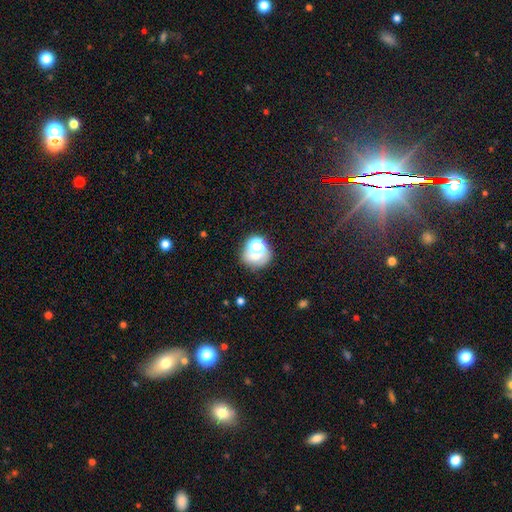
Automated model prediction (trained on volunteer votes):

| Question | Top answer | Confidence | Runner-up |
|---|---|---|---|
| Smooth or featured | smooth | 56% | star or artifact (26%) |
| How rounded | round | 76% | in between (22%) |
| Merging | none | 58% | minor disturbance (16%) |